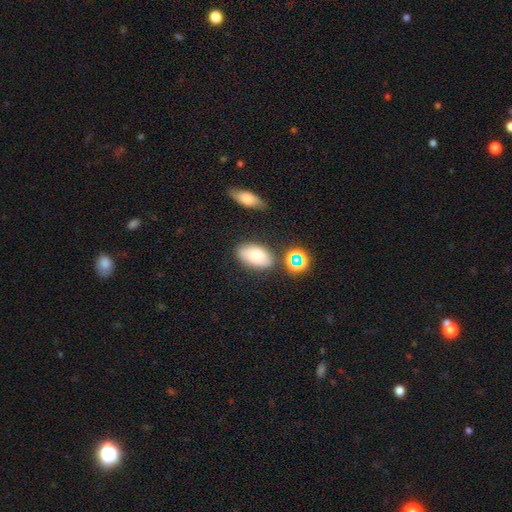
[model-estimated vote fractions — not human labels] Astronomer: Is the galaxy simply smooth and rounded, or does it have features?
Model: smooth — 75%.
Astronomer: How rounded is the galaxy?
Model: in between — 92%.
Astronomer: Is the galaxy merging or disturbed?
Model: none — 74%.